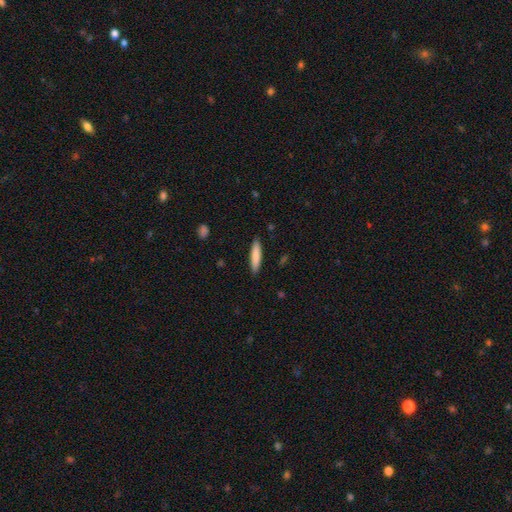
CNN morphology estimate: This is likely a smooth galaxy (80%). How rounded: clearly cigar-shaped (85%). Merging: clearly none (90%).